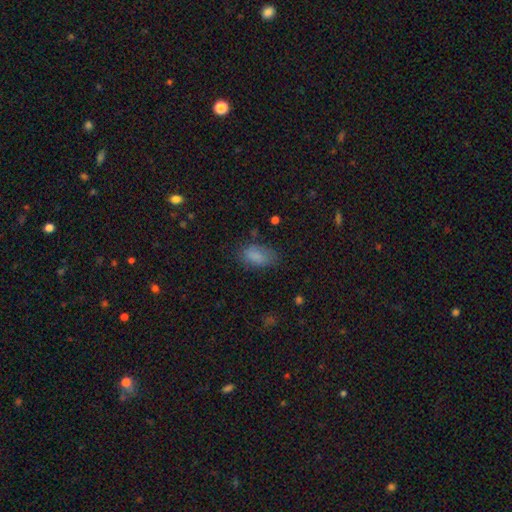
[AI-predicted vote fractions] This is clearly a smooth galaxy (82%). How rounded: clearly in between (91%). Merging: likely none (67%).